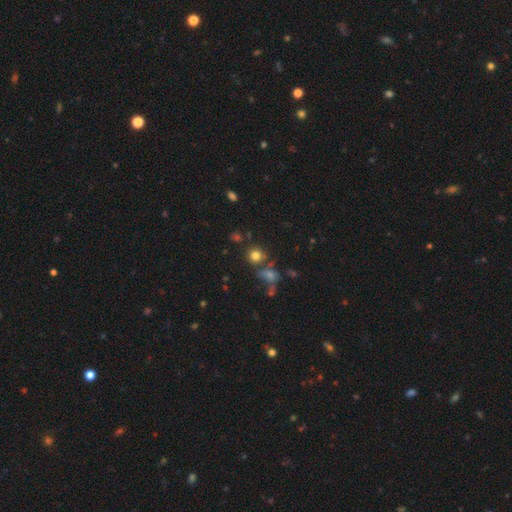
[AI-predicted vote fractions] Overall: smooth (77%). How rounded: round (88%). Merging: none (73%).